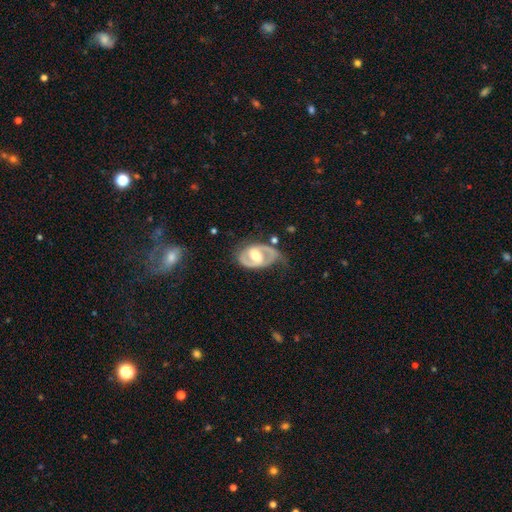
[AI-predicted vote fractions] Smooth or featured? featured or disk (81%)
Edge-on disk? no (96%)
Bar? weak (44%)
Spiral arms? yes (85%)
Spiral winding? medium (47%)
Spiral arm count? 2 (79%)
Bulge size? moderate (71%)
Merging? none (53%)